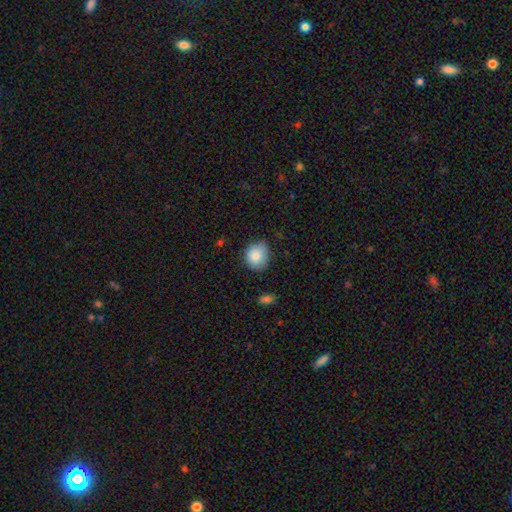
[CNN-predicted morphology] Smooth or featured?
  - smooth: 85% *
  - star or artifact: 8%
  - featured or disk: 7%
How rounded?
  - round: 73% *
  - in between: 26%
  - cigar-shaped: 1%
Merging?
  - none: 68% *
  - minor disturbance: 26%
  - major disturbance: 4%
  - merger: 2%